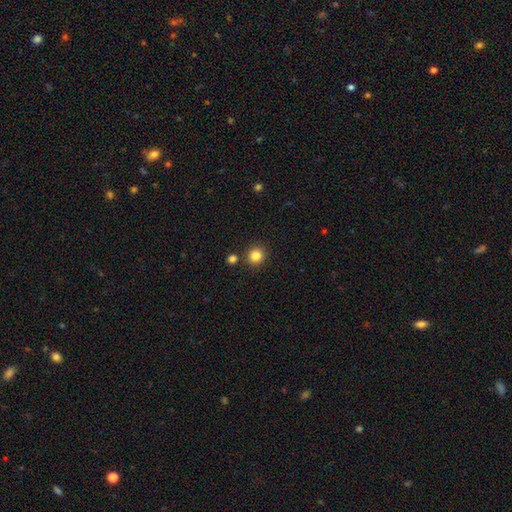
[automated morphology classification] Smooth or featured?
  - smooth: 84% *
  - star or artifact: 11%
  - featured or disk: 4%
How rounded?
  - round: 93% *
  - in between: 7%
  - cigar-shaped: 1%
Merging?
  - none: 86% *
  - minor disturbance: 6%
  - merger: 5%
  - major disturbance: 2%